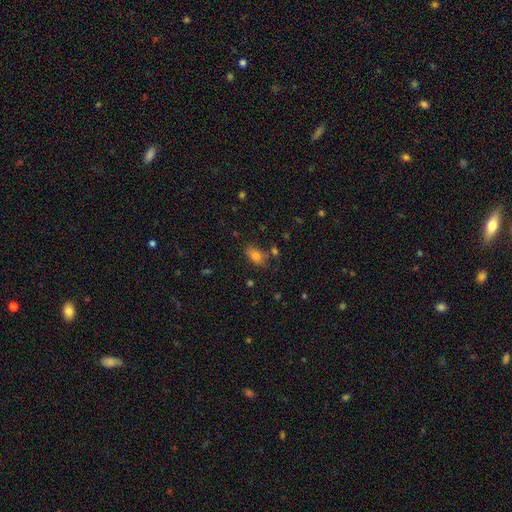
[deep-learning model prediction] Q: Smooth or featured?
A: smooth (76%); runner-up: star or artifact (13%)
Q: How rounded?
A: in between (85%); runner-up: round (10%)
Q: Merging?
A: none (68%); runner-up: minor disturbance (18%)